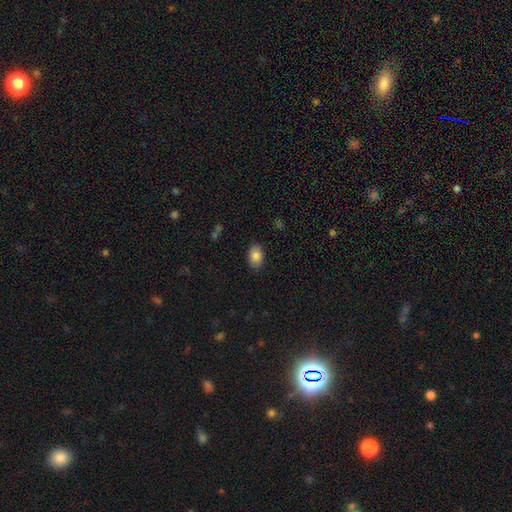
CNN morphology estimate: type=smooth (86%); roundness=in between (82%); merging=none (86%).